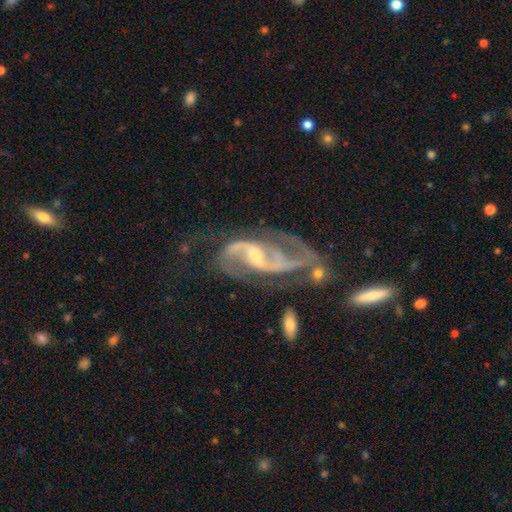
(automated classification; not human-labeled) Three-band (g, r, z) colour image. It shows a featured or disk galaxy (91%) with a weak bar (51%), 2 (87%) medium (53%) spiral arms (98%) and a small central bulge (51%). Merging: none (51%).